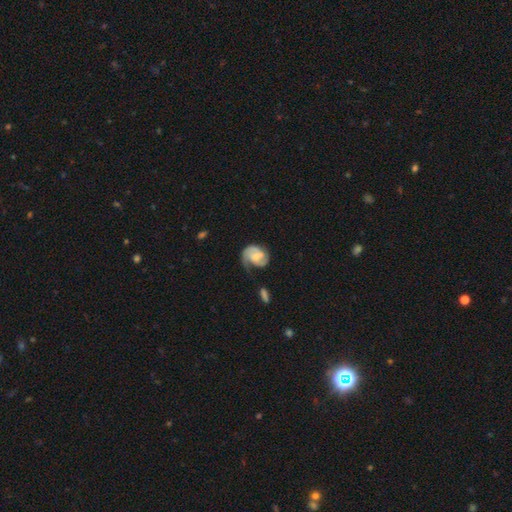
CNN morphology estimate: A featured or disk galaxy (69%) with no bar (61%), 2 (54%) tight (42%) spiral arms (92%) and a small central bulge (36%).

Vote fractions:
- Smooth or featured? featured or disk: 69% / smooth: 25% / star or artifact: 6%
- Edge-on disk? no: 98% / yes: 2%
- Bar? no: 61% / weak: 32% / strong: 7%
- Spiral arms? yes: 92% / no: 8%
- Spiral winding? tight: 42% / medium: 39% / loose: 19%
- Spiral arm count? 2: 54% / 1: 27% / can't tell: 12% / 3: 5% / 4: 1% / more than 4: 1%
- Bulge size? small: 36% / moderate: 29% / none: 25% / large: 8% / dominant: 2%
- Merging? none: 44% / minor disturbance: 27% / major disturbance: 24% / merger: 4%